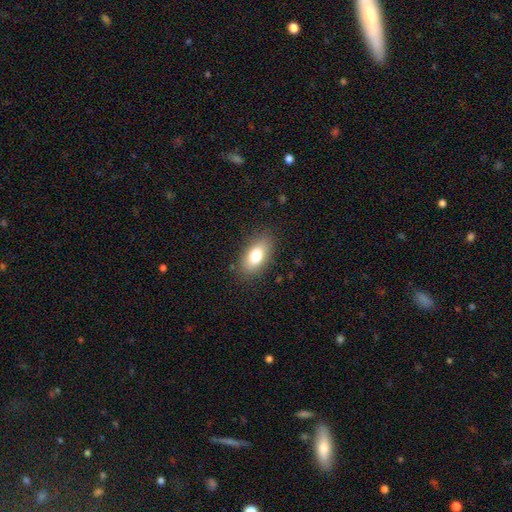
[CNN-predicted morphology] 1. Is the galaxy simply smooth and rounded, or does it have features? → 78% smooth, 14% featured or disk, 8% star or artifact.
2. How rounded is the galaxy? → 88% in between, 7% cigar-shaped, 6% round.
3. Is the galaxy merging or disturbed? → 85% none, 11% minor disturbance, 3% major disturbance, 1% merger.